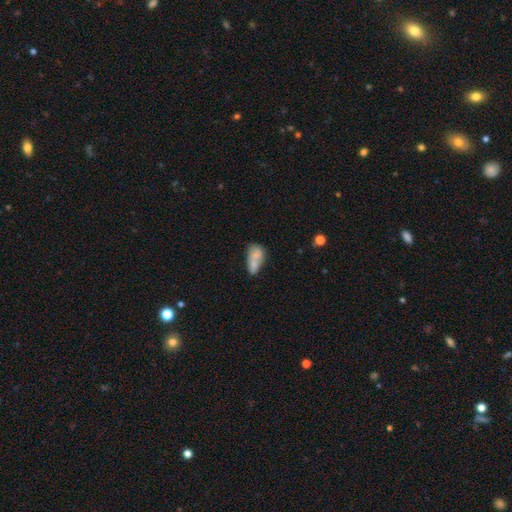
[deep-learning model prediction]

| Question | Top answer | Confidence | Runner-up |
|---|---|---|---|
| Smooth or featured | smooth | 67% | featured or disk (24%) |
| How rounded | in between | 86% | round (7%) |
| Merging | merger | 38% | none (31%) |